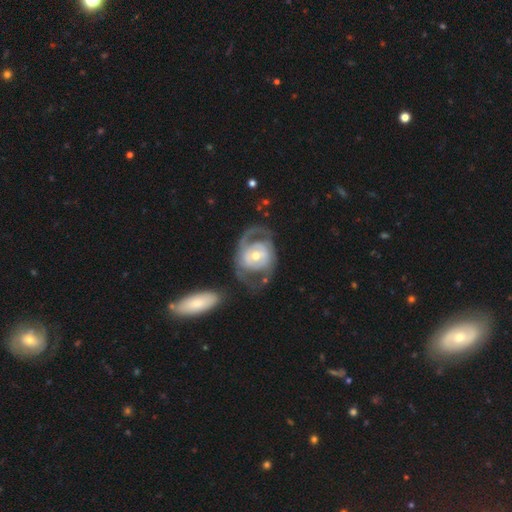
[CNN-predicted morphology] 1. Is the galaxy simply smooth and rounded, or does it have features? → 76% featured or disk, 19% smooth, 5% star or artifact.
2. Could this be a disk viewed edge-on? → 96% no, 4% yes.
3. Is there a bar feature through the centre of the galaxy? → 57% no, 30% weak, 13% strong.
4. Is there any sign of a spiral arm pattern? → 69% yes, 31% no.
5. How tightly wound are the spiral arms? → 39% medium (tied), 39% tight (tied), 21% loose.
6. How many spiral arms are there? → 59% 2, 22% can't tell, 11% 1, 4% 3, 2% 4, 2% more than 4.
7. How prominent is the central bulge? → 59% moderate, 32% small, 6% large, 1% dominant, 1% none.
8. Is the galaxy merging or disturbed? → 50% none, 26% major disturbance, 19% minor disturbance, 5% merger.